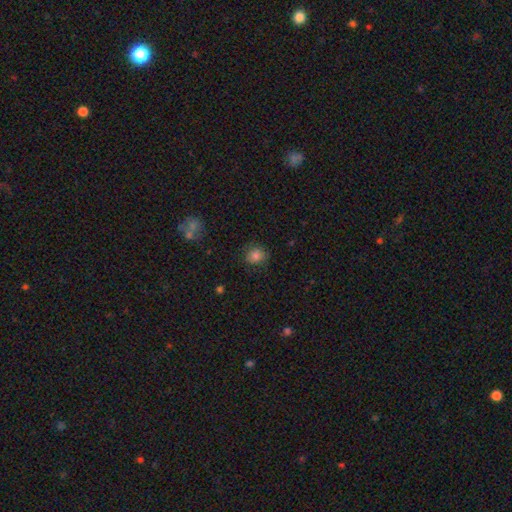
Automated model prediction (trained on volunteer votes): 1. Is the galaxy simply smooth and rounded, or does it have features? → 80% smooth, 12% star or artifact, 8% featured or disk.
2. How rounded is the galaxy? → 78% round, 21% in between, 1% cigar-shaped.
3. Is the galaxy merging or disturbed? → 81% none, 14% minor disturbance, 4% major disturbance, 1% merger.